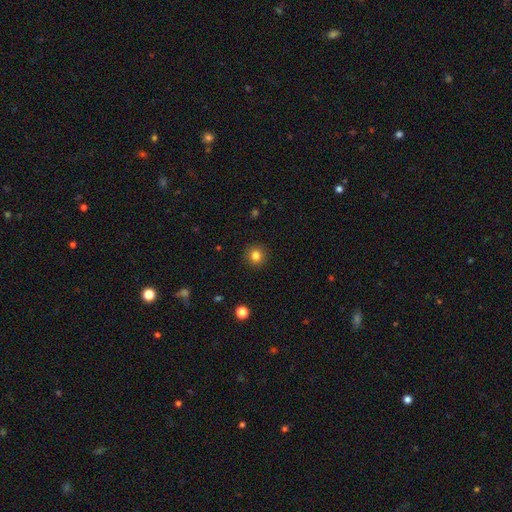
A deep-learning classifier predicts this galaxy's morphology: Smooth or featured? smooth (82%)
How rounded? round (92%)
Merging? none (92%)